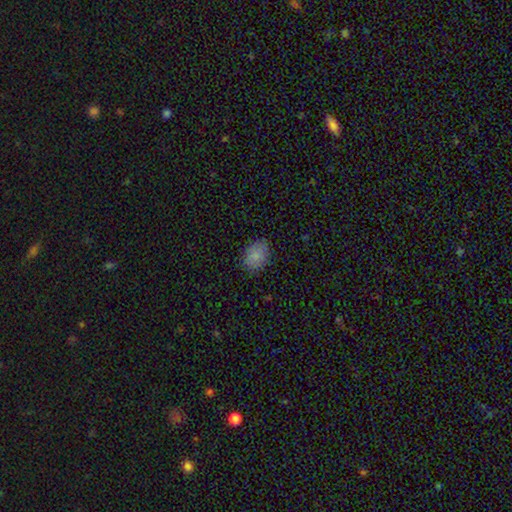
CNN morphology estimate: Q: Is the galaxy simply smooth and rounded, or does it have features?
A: smooth — 83%.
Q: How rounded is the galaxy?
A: in between — 75%.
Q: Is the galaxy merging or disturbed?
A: none — 82%.